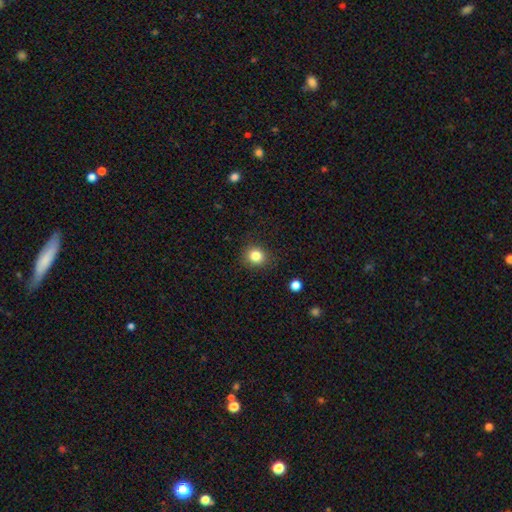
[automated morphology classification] Q: Smooth or featured?
A: smooth (83%); runner-up: star or artifact (11%)
Q: How rounded?
A: round (83%); runner-up: in between (16%)
Q: Merging?
A: none (87%); runner-up: minor disturbance (9%)